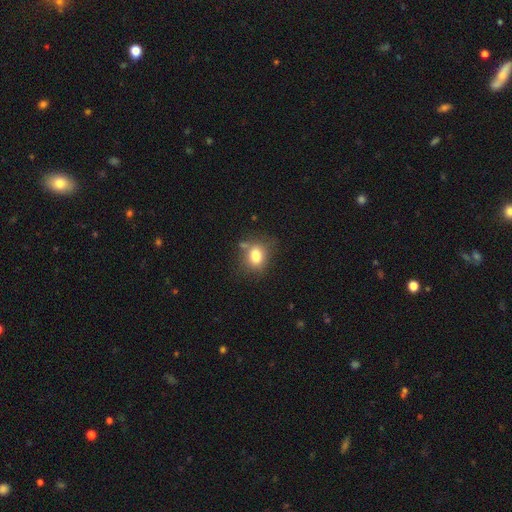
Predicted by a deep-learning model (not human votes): smooth-or-featured: smooth: 79% | star or artifact: 11% | featured or disk: 10%
  how-rounded: in between: 57% | round: 42% | cigar-shaped: 1%
  merging: none: 65% | minor disturbance: 20% | merger: 9% | major disturbance: 6%